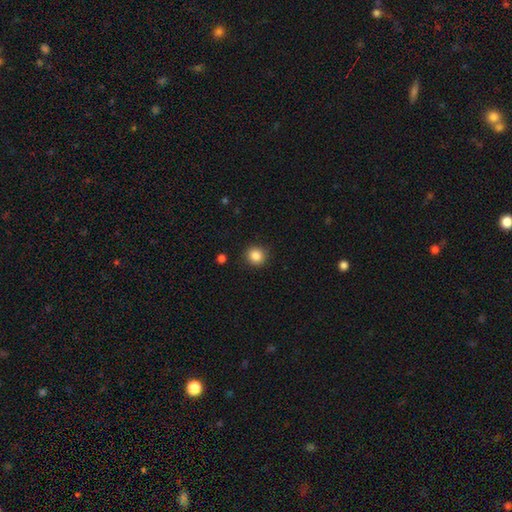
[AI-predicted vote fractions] smooth 86%, star or artifact 10%, featured or disk 4%. Down the decision tree: how rounded — round (91%); merging — none (90%).